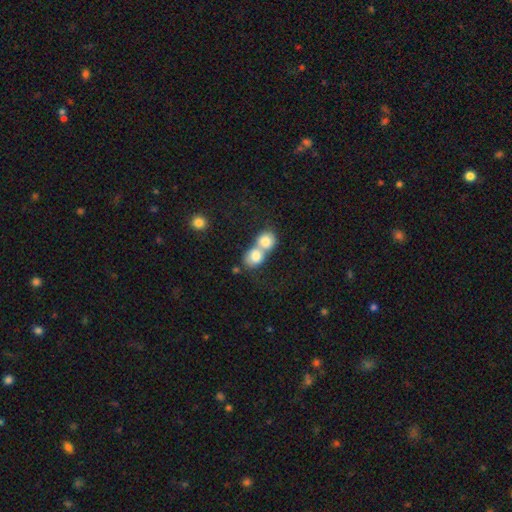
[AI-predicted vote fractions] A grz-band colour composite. It shows a smooth galaxy with no disk features (78%) that is round (62%). Merging: merger (76%).